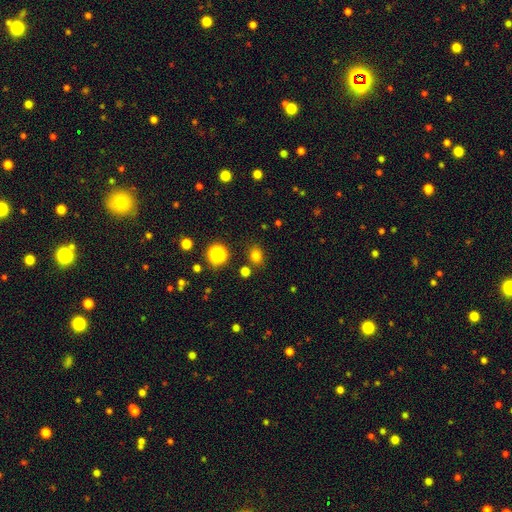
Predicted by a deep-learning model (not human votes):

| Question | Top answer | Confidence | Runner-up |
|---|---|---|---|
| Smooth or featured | smooth | 75% | star or artifact (19%) |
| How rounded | round | 53% | in between (46%) |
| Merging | none | 81% | minor disturbance (10%) |